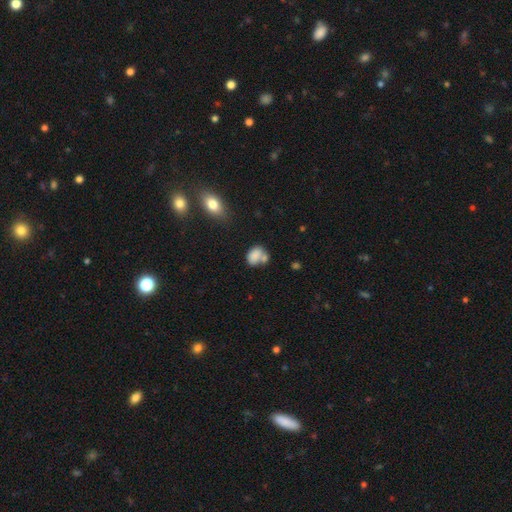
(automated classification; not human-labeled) This appears to be a smooth galaxy with no disk features (81%) that is in between round and cigar-shaped (72%). Merging: none (39%).